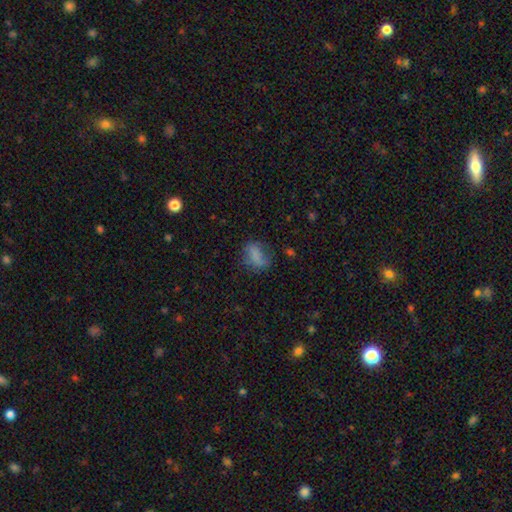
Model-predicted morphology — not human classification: Smooth or featured: smooth — 65% (featured or disk — 23%)
How rounded: in between — 74% (round — 22%)
Merging: none — 54% (minor disturbance — 25%)